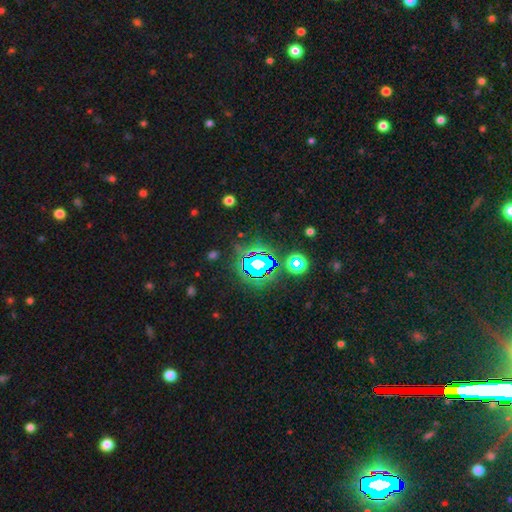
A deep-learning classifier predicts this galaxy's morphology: This appears to be a star or artifact, not a galaxy (79%).